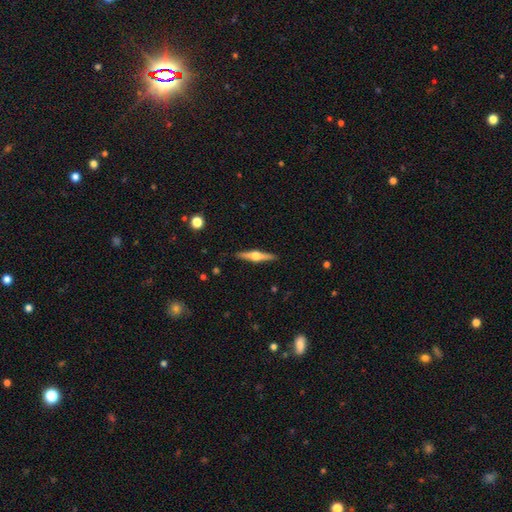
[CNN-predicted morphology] Smooth or featured? featured or disk (72%)
Edge-on disk? yes (98%)
Edge-on bulge? rounded (95%)
Merging? none (91%)